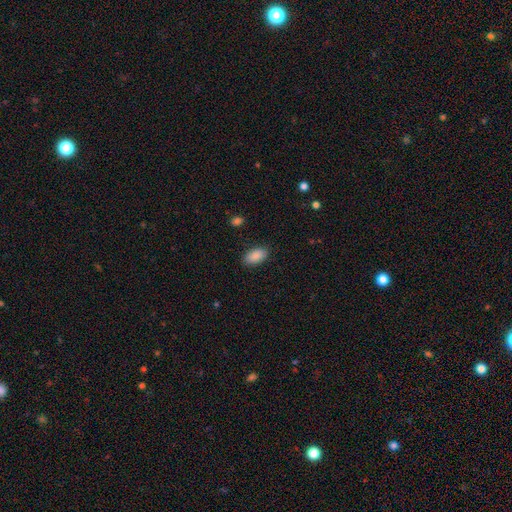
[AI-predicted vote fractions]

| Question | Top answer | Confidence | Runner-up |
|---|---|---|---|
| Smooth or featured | smooth | 88% | star or artifact (7%) |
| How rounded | in between | 94% | round (3%) |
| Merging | none | 87% | minor disturbance (10%) |